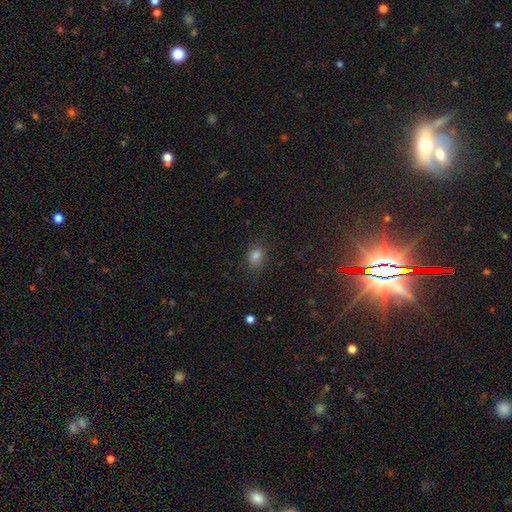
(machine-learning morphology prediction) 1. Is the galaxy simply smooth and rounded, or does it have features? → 77% smooth, 17% star or artifact, 7% featured or disk.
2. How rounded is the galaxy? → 50% in between, 48% round, 1% cigar-shaped.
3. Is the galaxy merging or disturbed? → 79% none, 15% minor disturbance, 4% major disturbance, 1% merger.